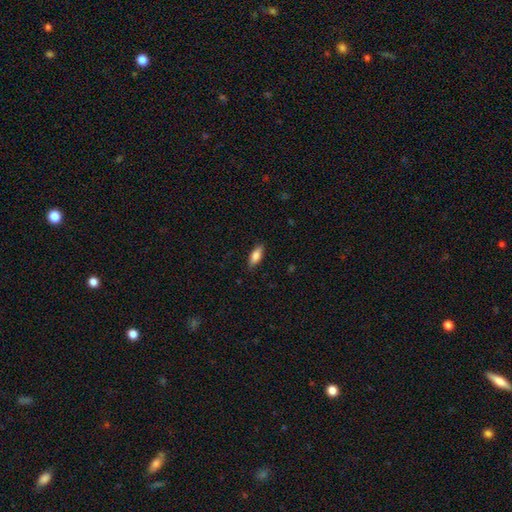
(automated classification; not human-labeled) Smooth or featured? Predicted: smooth (p=0.82). How rounded? Predicted: in between (p=0.77). Merging? Predicted: none (p=0.85).